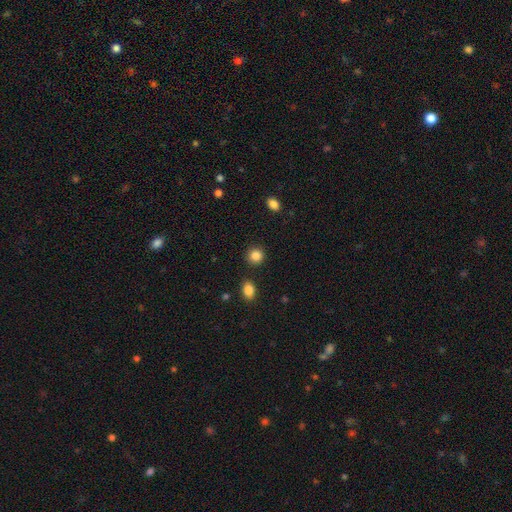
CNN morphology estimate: This appears to be a smooth galaxy with no disk features (87%) that is round (88%). Merging: none (89%).